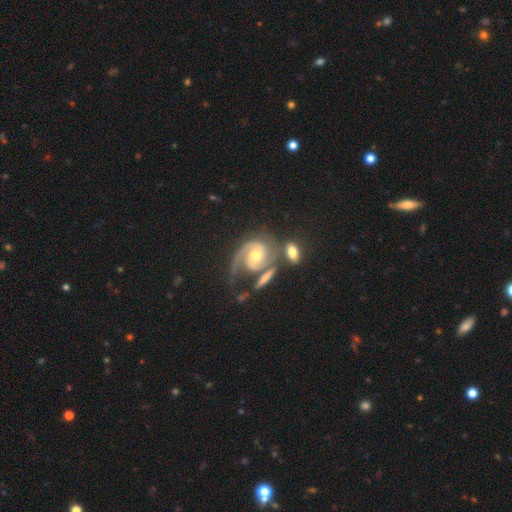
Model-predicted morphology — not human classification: smooth-or-featured: featured or disk: 89% | smooth: 6% | star or artifact: 5%
  disk-edge-on: no: 97% | yes: 3%
    bar: no: 58% | weak: 31% | strong: 11%
    has-spiral-arms: yes: 98% | no: 2%
      spiral-winding: tight: 44% (tied) | medium: 44% (tied) | loose: 11%
      spiral-arm-count: 2: 73% | 1: 16% | can't tell: 5% | 3: 4% | 4: 1% | more than 4: 1%
    bulge-size: moderate: 67% | small: 25% | large: 6% | none: 1% | dominant: 1%
  merging: none: 45% | merger: 22% | minor disturbance: 18% | major disturbance: 15%